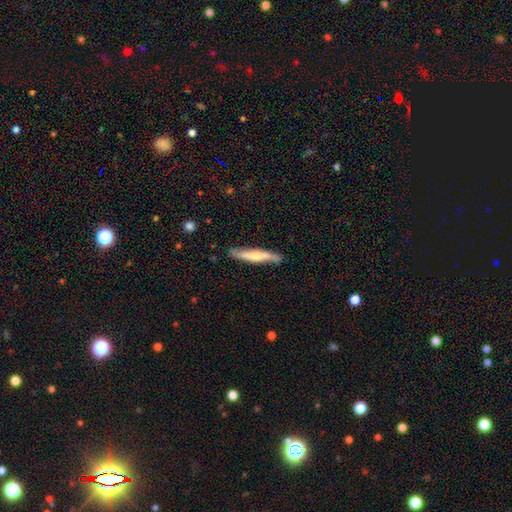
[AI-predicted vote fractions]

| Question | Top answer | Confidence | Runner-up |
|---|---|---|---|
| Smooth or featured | smooth | 50% | featured or disk (45%) |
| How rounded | cigar-shaped | 91% | in between (7%) |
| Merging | none | 80% | minor disturbance (15%) |